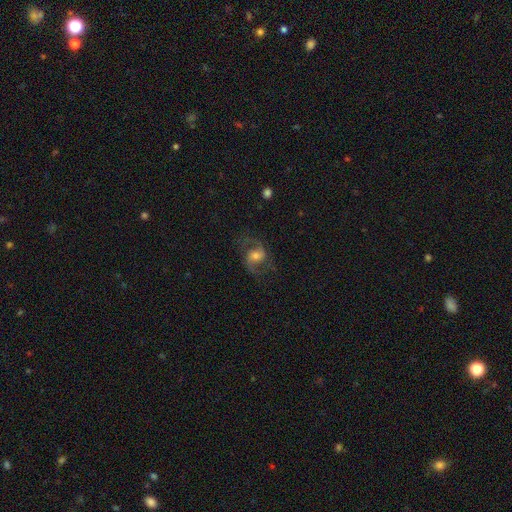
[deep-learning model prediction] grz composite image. It shows a featured or disk galaxy (76%) with no bar (48%), 2 (90%) loose (47%) spiral arms (94%) and a moderate central bulge (56%). Merging: none (67%).